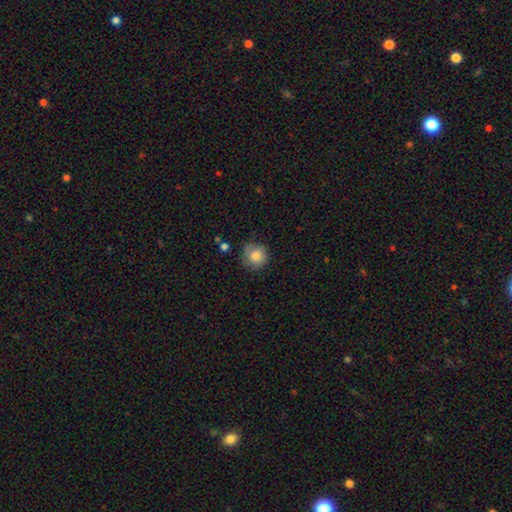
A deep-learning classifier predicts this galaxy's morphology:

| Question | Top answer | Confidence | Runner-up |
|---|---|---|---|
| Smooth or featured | smooth | 81% | featured or disk (10%) |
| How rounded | round | 91% | in between (8%) |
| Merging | none | 74% | minor disturbance (19%) |